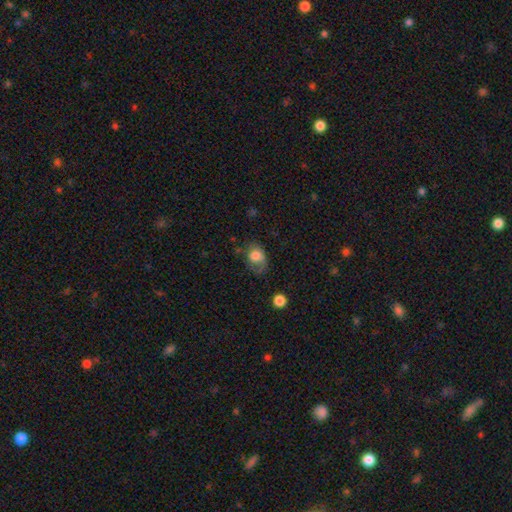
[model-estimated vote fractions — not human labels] Overall: smooth (68%). How rounded: in between (60%; round 39%). Merging: none (38%; major disturbance 31%).